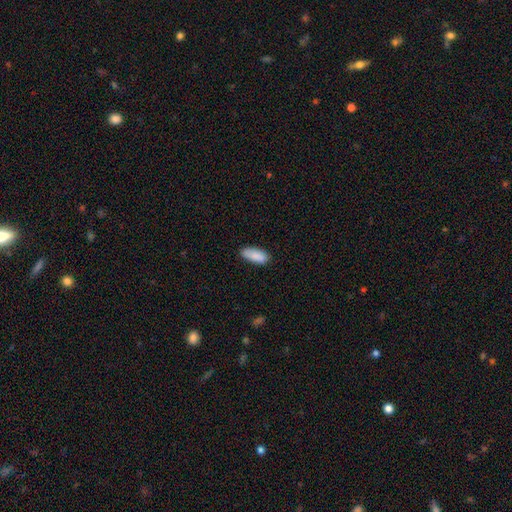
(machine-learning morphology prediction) This is clearly a smooth galaxy (88%). How rounded: clearly in between (83%). Merging: likely none (79%).